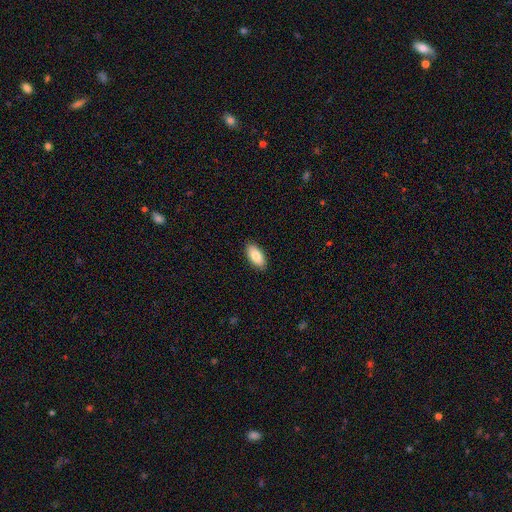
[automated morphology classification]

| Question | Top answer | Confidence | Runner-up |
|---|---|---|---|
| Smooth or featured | smooth | 84% | featured or disk (9%) |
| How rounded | in between | 92% | cigar-shaped (6%) |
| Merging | none | 89% | minor disturbance (8%) |